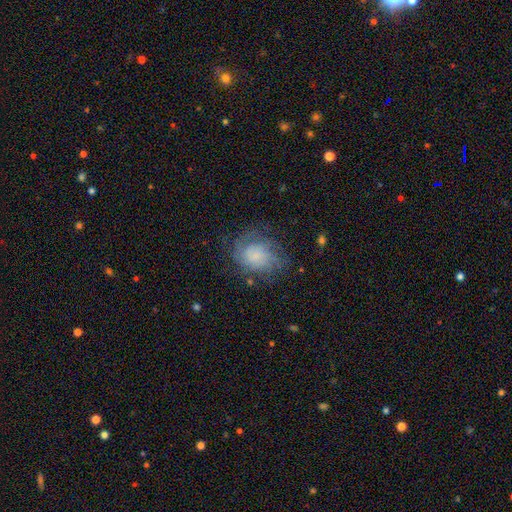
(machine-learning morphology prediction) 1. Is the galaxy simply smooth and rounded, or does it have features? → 46% featured or disk, 43% smooth, 11% star or artifact.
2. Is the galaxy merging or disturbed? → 59% none, 23% minor disturbance, 17% major disturbance, 2% merger.